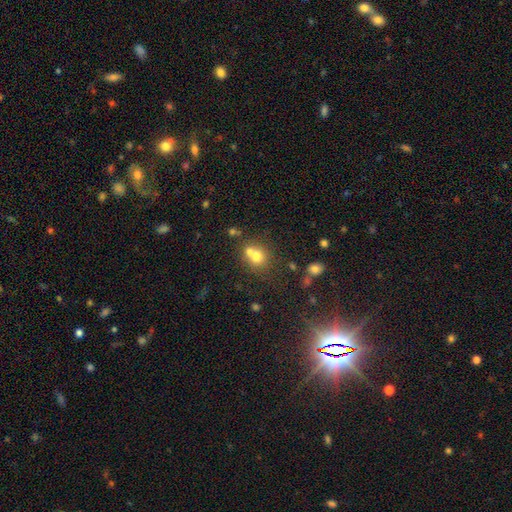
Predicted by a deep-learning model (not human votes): Q: Smooth or featured?
A: smooth (70%); runner-up: featured or disk (16%)
Q: How rounded?
A: round (79%); runner-up: in between (20%)
Q: Merging?
A: merger (48%); runner-up: none (40%)